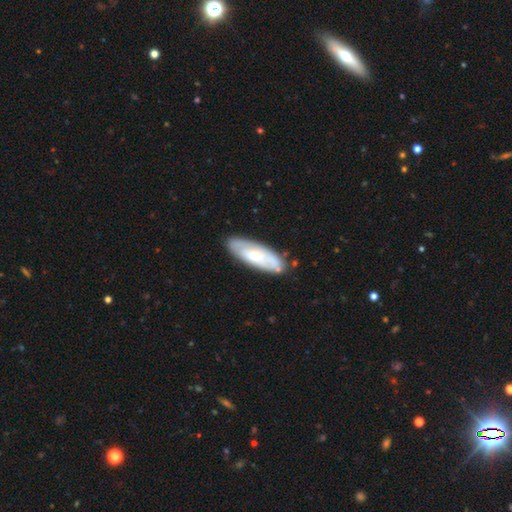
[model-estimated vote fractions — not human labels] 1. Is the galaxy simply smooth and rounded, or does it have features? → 48% featured or disk, 47% smooth, 6% star or artifact.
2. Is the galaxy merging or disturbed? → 81% none, 14% minor disturbance, 3% major disturbance, 2% merger.